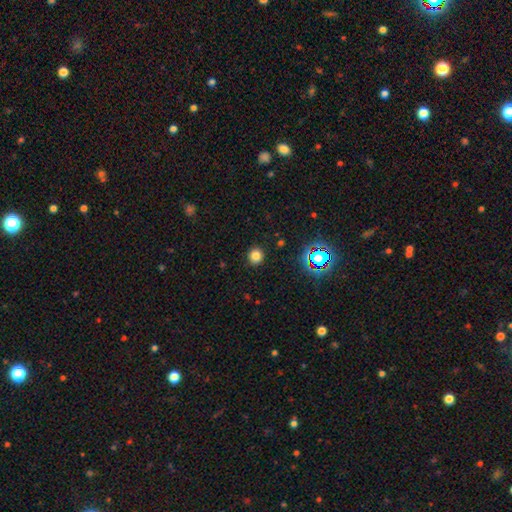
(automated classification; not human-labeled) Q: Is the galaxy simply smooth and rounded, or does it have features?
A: smooth — 78%.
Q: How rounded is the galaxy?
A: round — 92%.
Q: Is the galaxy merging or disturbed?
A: none — 91%.